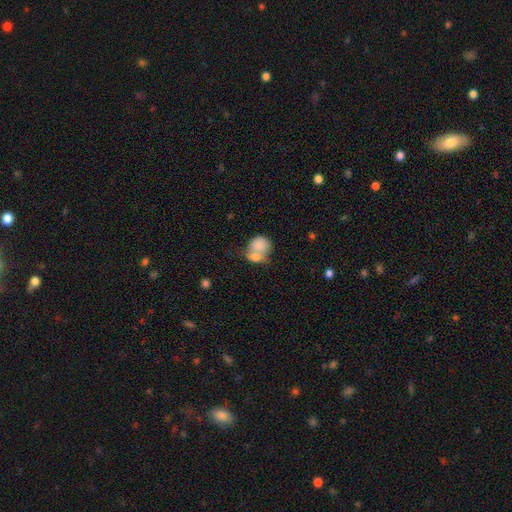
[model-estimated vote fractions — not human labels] smooth_or_featured: smooth (p=0.47) [alt: star or artifact p=0.37]
merging: none (p=0.52) [alt: merger p=0.28]